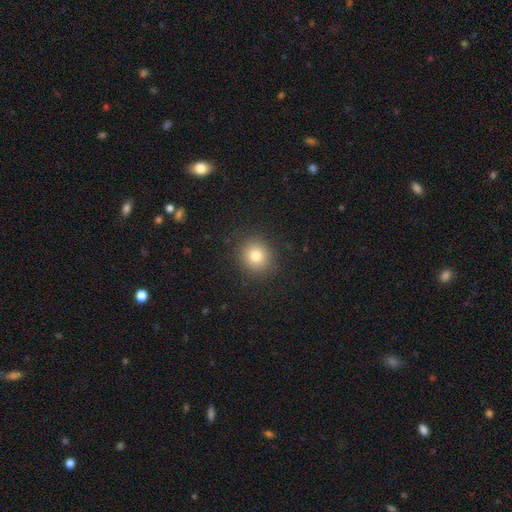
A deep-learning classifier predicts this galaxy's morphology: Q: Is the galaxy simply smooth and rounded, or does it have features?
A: smooth — 80%.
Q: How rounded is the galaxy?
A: round — 85%.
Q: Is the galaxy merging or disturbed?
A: none — 89%.